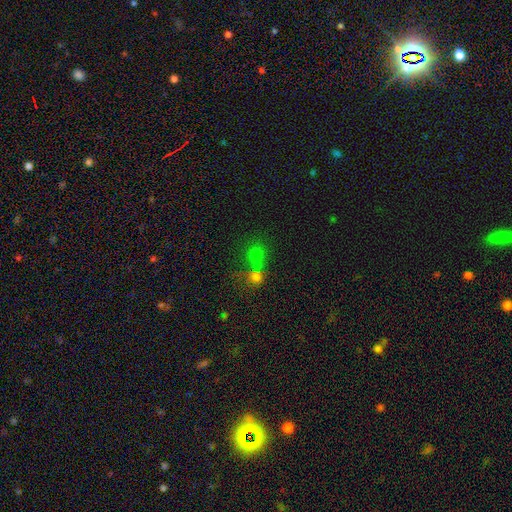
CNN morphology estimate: This is likely a smooth galaxy (63%). How rounded: clearly round (83%). Merging: possibly merger (53%).